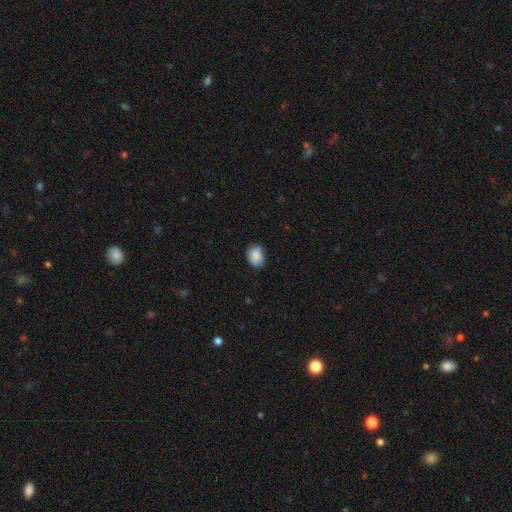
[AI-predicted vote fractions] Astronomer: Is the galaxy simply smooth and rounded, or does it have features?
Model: smooth — 83%.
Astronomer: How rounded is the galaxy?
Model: in between — 54% (runner-up: round, 45%).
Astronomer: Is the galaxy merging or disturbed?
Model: none — 69%.